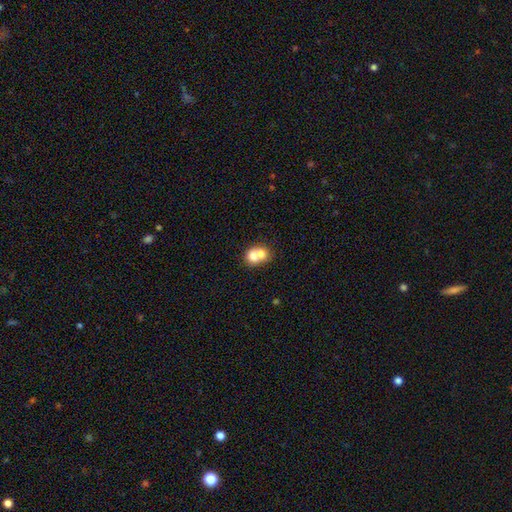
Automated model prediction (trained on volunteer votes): Smooth or featured? Predicted: smooth (p=0.70). How rounded? Predicted: round (p=0.64). Merging? Predicted: merger (p=0.67).